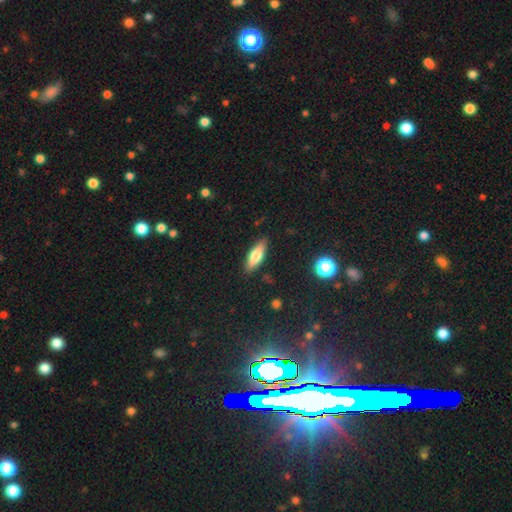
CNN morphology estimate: Smooth or featured: smooth — 69% (featured or disk — 24%)
How rounded: in between — 57% (cigar-shaped — 41%)
Merging: none — 86% (minor disturbance — 10%)